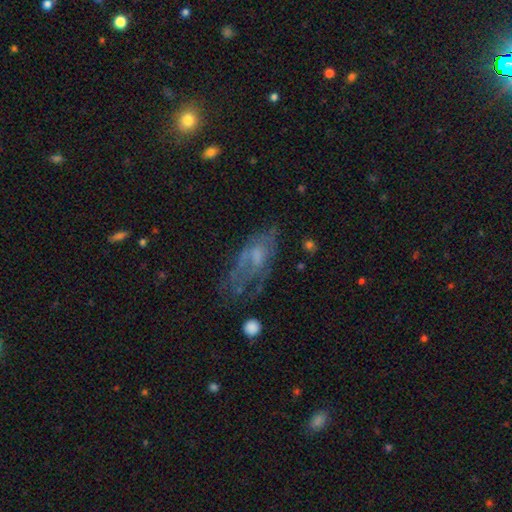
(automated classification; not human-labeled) Q: Smooth or featured?
A: featured or disk (56%); runner-up: smooth (33%)
Q: Edge-on disk?
A: no (89%); runner-up: yes (11%)
Q: Merging?
A: none (39%); runner-up: major disturbance (32%)